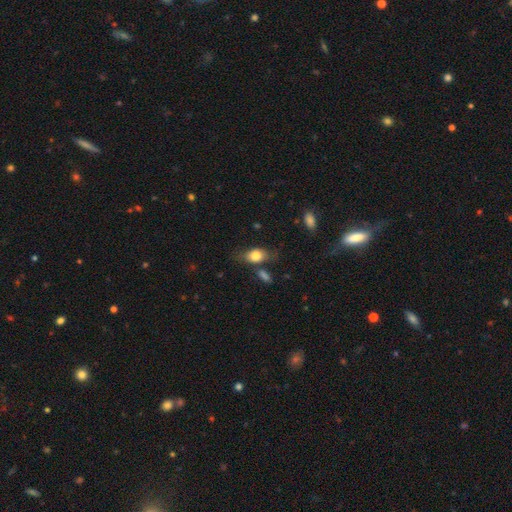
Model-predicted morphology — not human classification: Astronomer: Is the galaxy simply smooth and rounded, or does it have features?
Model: smooth — 76%.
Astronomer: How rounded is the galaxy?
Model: in between — 78%.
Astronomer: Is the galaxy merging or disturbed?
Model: none — 66%.